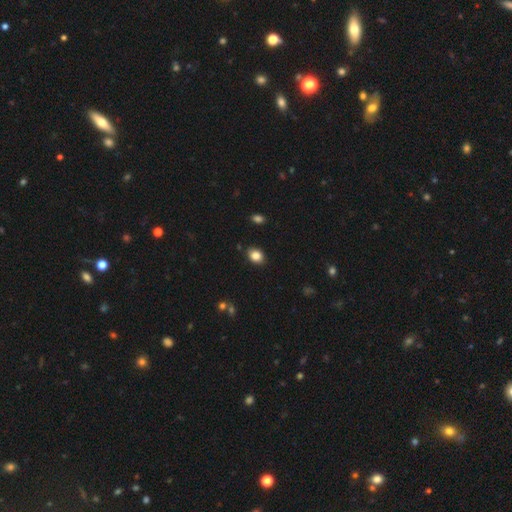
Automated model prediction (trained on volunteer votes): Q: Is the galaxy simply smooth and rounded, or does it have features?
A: smooth — 85%.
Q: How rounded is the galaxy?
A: in between — 65%.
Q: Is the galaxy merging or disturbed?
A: none — 87%.